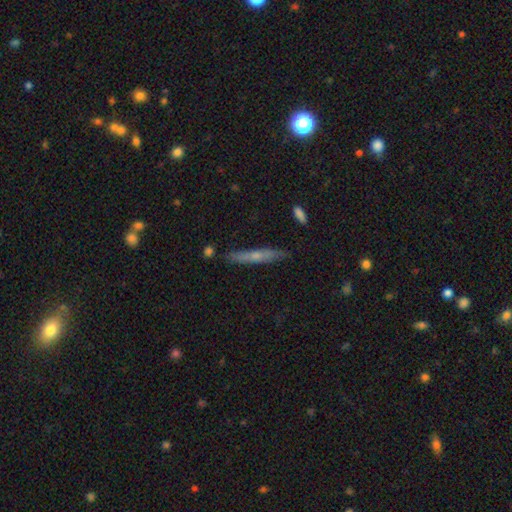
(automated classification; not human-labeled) Morphology: type=featured or disk (48%); merging=none (84%).